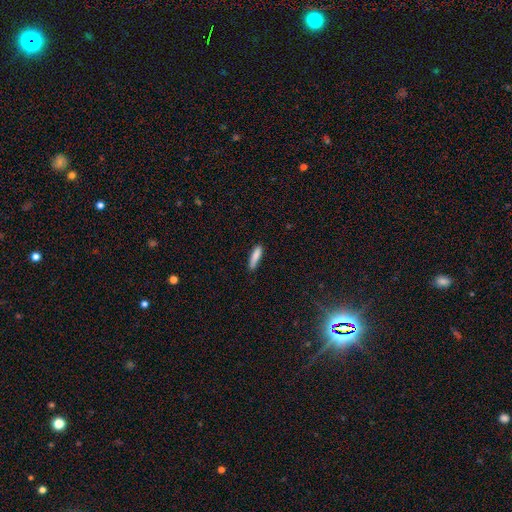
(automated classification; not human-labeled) Overall: smooth (85%). How rounded: cigar-shaped (77%). Merging: none (80%).